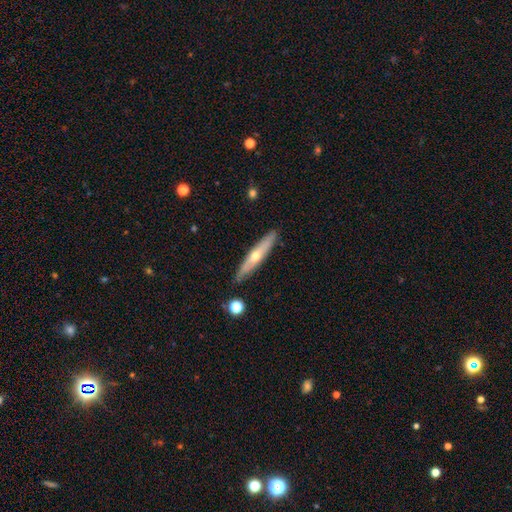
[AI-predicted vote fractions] This is possibly a featured or disk galaxy (57%). It is clearly viewed edge-on (84%). Merging: clearly none (86%).